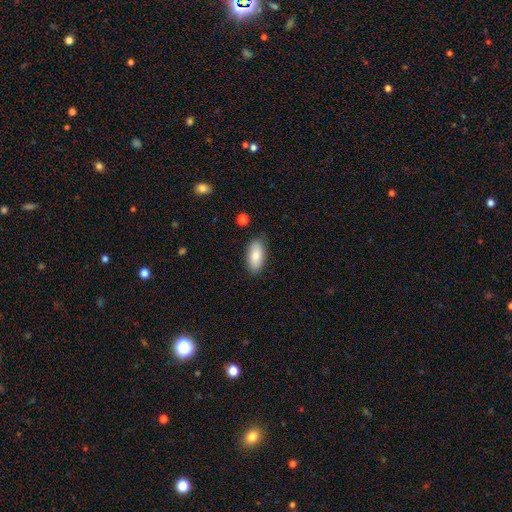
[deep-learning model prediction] Morphology: type=smooth (81%); roundness=in between (89%); merging=none (84%).